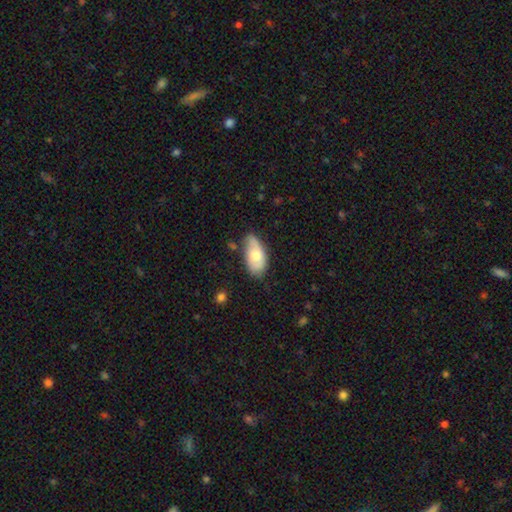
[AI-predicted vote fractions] This appears to be a smooth galaxy with no disk features (64%) that is in between round and cigar-shaped (93%). Merging: none (59%).